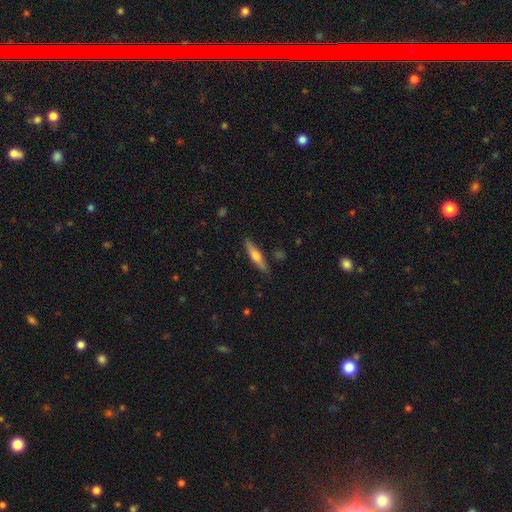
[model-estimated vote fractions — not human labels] smooth-or-featured: featured or disk: 48% | smooth: 46% | star or artifact: 6%
  merging: none: 86% | minor disturbance: 10% | major disturbance: 2% | merger: 2%